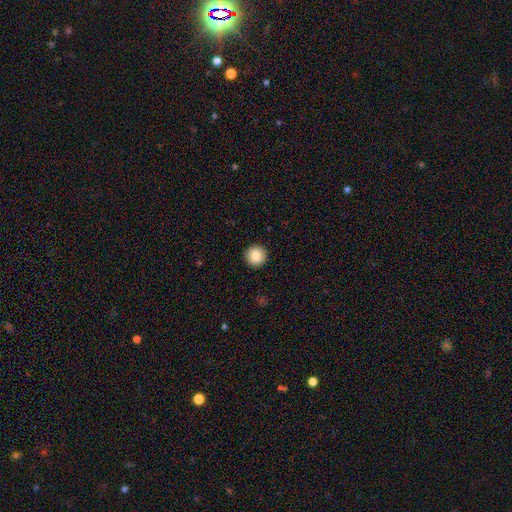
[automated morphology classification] Smooth or featured? smooth (86%)
How rounded? round (96%)
Merging? none (93%)